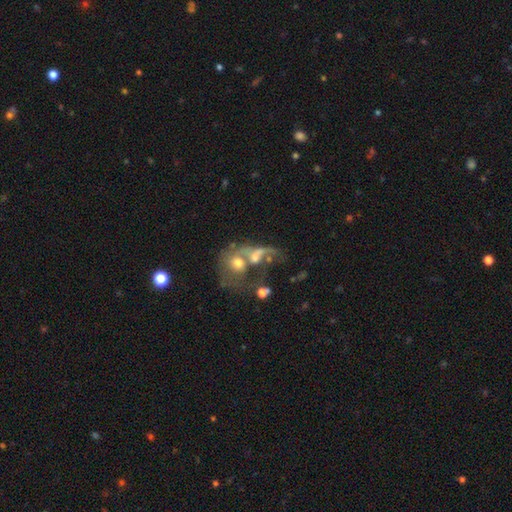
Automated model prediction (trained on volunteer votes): This is possibly a featured or disk galaxy (51%). It is clearly not viewed edge-on (94%). Merging: likely merger (64%).